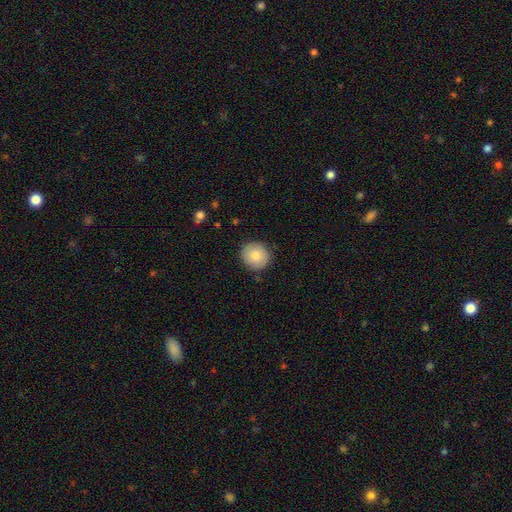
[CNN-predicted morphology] A smooth galaxy with no disk features (84%) that is round (89%).

Vote fractions:
- Smooth or featured? smooth: 84% / featured or disk: 10% / star or artifact: 7%
- How rounded? round: 89% / in between: 10% / cigar-shaped: 1%
- Merging? none: 88% / minor disturbance: 9% / major disturbance: 2% / merger: 1%